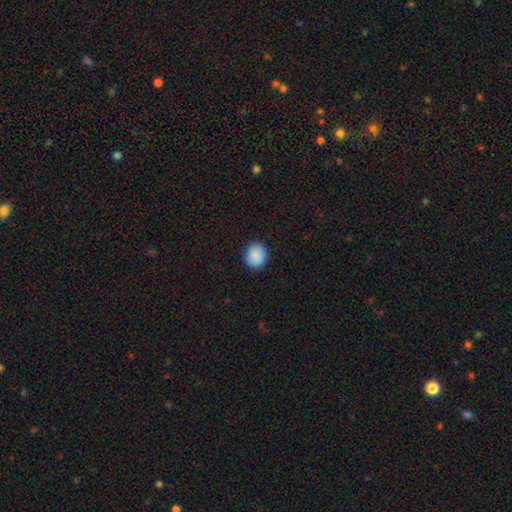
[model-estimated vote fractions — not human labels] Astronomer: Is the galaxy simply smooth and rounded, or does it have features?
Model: smooth — 89%.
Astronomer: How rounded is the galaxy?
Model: round — 73%.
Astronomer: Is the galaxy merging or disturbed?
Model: none — 90%.